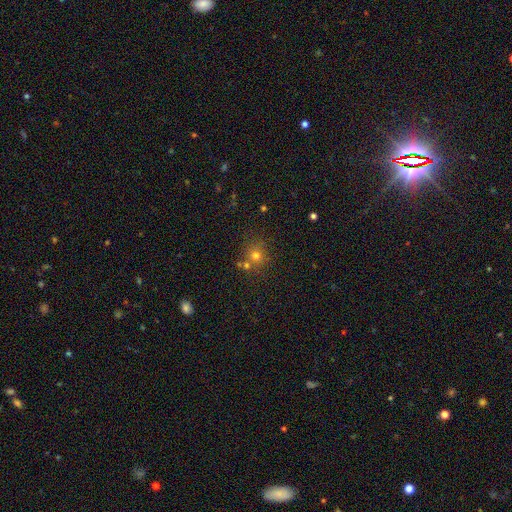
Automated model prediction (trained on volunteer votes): The model was most divided on "merging": none: 68%, merger: 18%, minor disturbance: 10%, major disturbance: 4%. More confident: how rounded — round (87%); smooth or featured — smooth (71%).